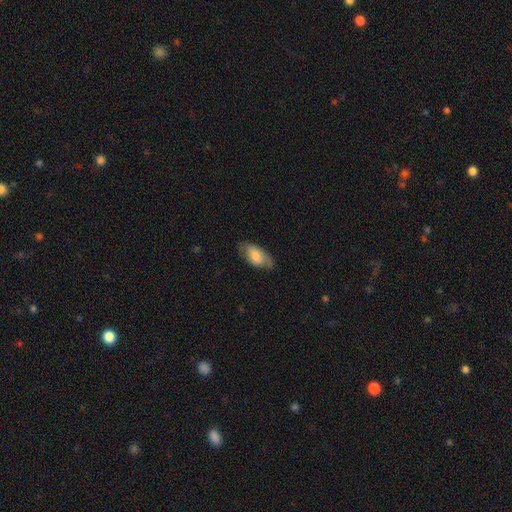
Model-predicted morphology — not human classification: Overall: smooth (67%). How rounded: in between (92%). Merging: none (69%).